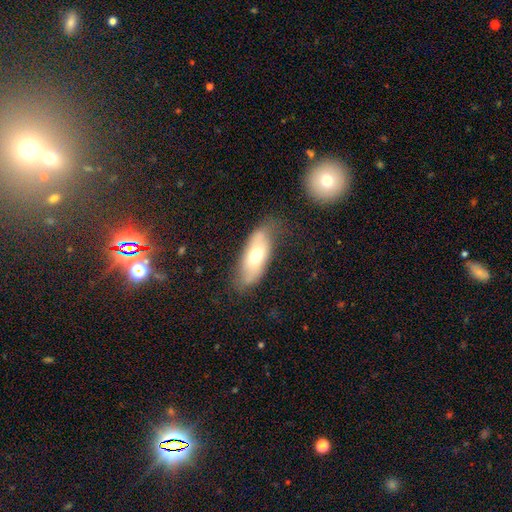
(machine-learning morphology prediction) smooth 62%, featured or disk 31%, star or artifact 7%. Down the decision tree: how rounded — in between (80%); merging — none (64%).